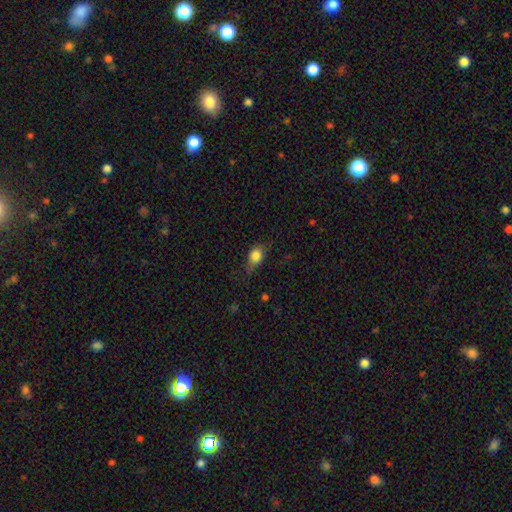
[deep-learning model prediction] Overall: smooth (81%). How rounded: in between (61%; round 35%). Merging: none (56%; minor disturbance 32%).